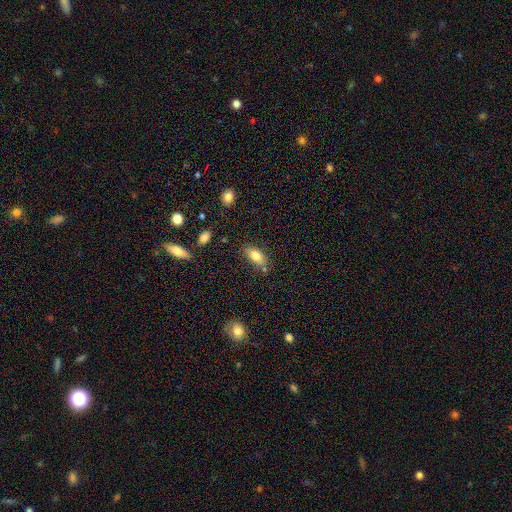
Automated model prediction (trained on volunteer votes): A smooth galaxy with no disk features (79%) that is in between round and cigar-shaped (87%). Merging: none (73%).